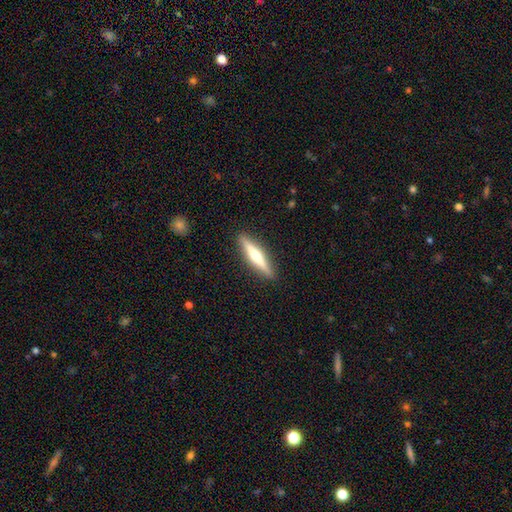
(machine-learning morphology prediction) Q: Smooth or featured?
A: featured or disk (56%); runner-up: smooth (38%)
Q: Edge-on disk?
A: yes (96%); runner-up: no (4%)
Q: Edge-on bulge?
A: rounded (86%); runner-up: none (9%)
Q: Merging?
A: none (91%); runner-up: minor disturbance (6%)